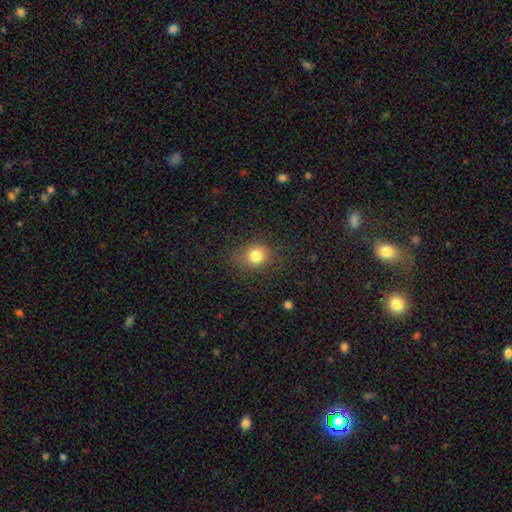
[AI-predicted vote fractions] Smooth or featured?
  - smooth: 81% *
  - star or artifact: 12%
  - featured or disk: 7%
How rounded?
  - round: 74% *
  - in between: 25%
  - cigar-shaped: 1%
Merging?
  - none: 78% *
  - minor disturbance: 15%
  - major disturbance: 6%
  - merger: 1%